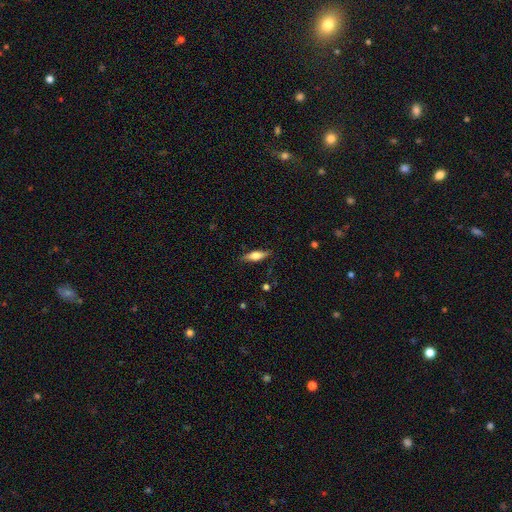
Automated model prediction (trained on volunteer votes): smooth-or-featured: smooth: 56% | featured or disk: 38% | star or artifact: 6%
  how-rounded: in between: 53% | cigar-shaped: 44% | round: 3%
  merging: none: 84% | minor disturbance: 12% | major disturbance: 2% | merger: 1%